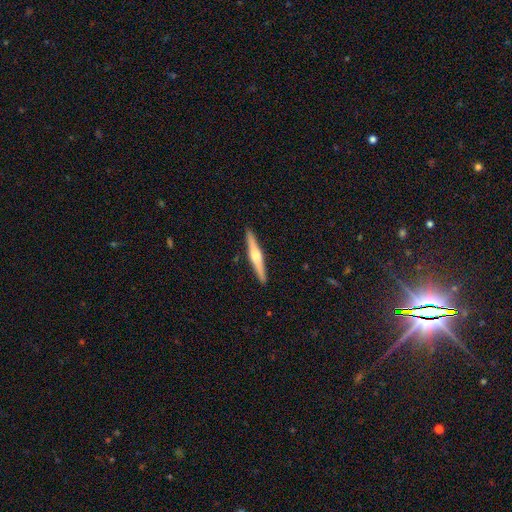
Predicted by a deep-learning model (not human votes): Morphology: type=featured or disk (67%); edge-on=yes (98%); edge-on bulge=rounded (88%); merging=none (92%).